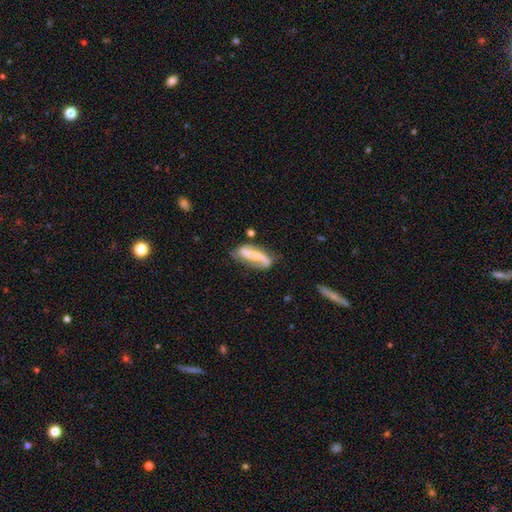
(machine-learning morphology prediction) A featured or disk galaxy (72%) with a strong bar (37%), 2 (82%) loose (68%) spiral arms (90%) and a small central bulge (48%). Merging: none (57%).